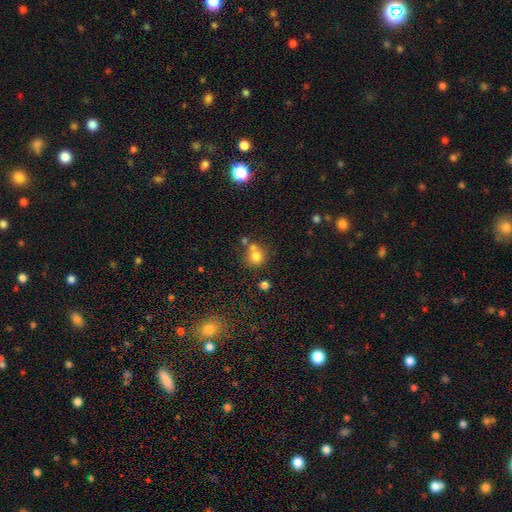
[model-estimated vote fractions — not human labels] A smooth galaxy with no disk features (76%) that is round (82%).

Vote fractions:
- Smooth or featured? smooth: 76% / star or artifact: 13% / featured or disk: 11%
- How rounded? round: 82% / in between: 17% / cigar-shaped: 1%
- Merging? none: 50% / merger: 33% / minor disturbance: 12% / major disturbance: 5%